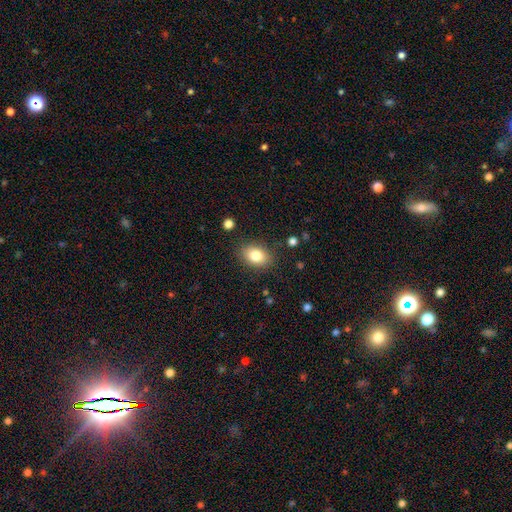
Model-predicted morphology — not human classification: This is clearly a smooth galaxy (82%). How rounded: clearly in between (80%). Merging: clearly none (85%).